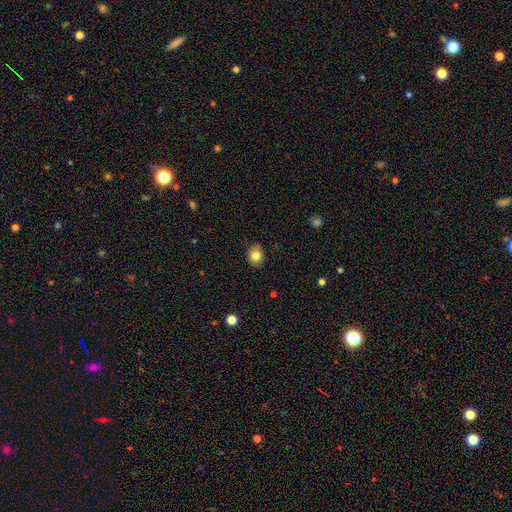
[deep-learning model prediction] Smooth or featured? Predicted: smooth (p=0.82). How rounded? Predicted: round (p=0.56). Merging? Predicted: none (p=0.84).